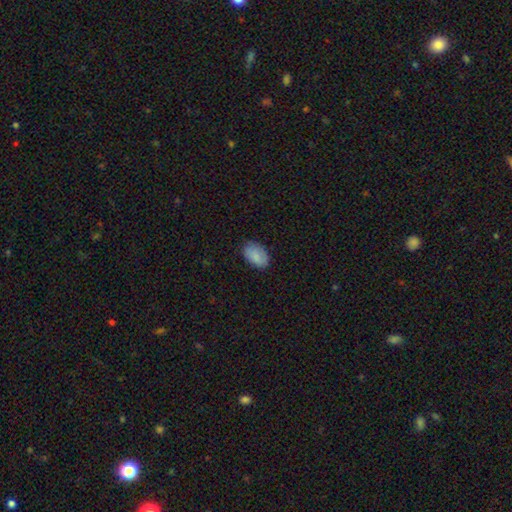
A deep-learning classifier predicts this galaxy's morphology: The model was most divided on "merging": none: 81%, minor disturbance: 15%, major disturbance: 3%, merger: 1%. More confident: how rounded — in between (91%); smooth or featured — smooth (87%).